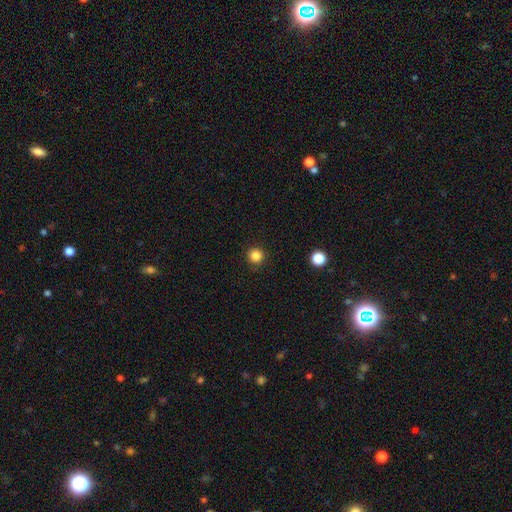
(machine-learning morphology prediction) Smooth or featured?
  - smooth: 85% *
  - star or artifact: 12%
  - featured or disk: 3%
How rounded?
  - round: 96% *
  - in between: 3%
  - cigar-shaped: 1%
Merging?
  - none: 91% *
  - minor disturbance: 6%
  - major disturbance: 2%
  - merger: 1%